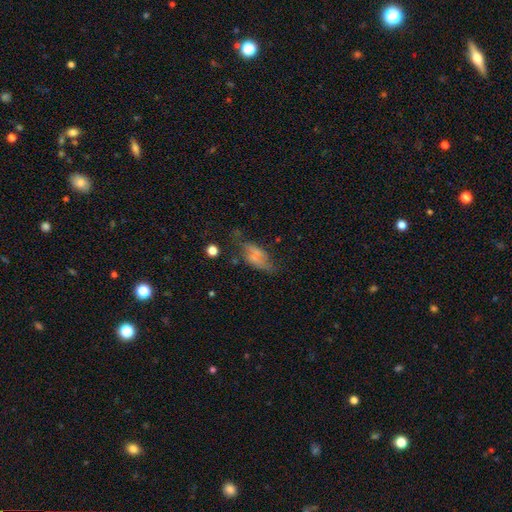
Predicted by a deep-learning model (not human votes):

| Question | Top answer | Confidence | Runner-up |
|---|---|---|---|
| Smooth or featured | smooth | 50% | featured or disk (37%) |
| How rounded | in between | 81% | cigar-shaped (14%) |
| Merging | none | 37% | minor disturbance (29%) |